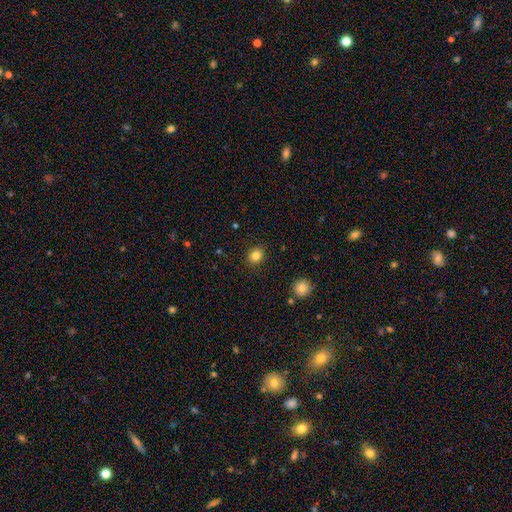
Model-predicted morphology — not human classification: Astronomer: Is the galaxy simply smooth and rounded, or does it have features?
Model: smooth — 83%.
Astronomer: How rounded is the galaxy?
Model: round — 80%.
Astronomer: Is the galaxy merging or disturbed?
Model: none — 90%.